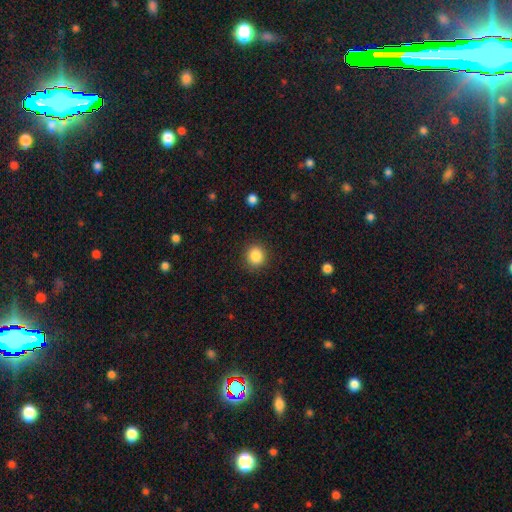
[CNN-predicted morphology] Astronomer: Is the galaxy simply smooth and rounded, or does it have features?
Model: smooth — 86%.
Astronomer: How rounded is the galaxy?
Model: round — 86%.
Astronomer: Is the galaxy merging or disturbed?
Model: none — 90%.